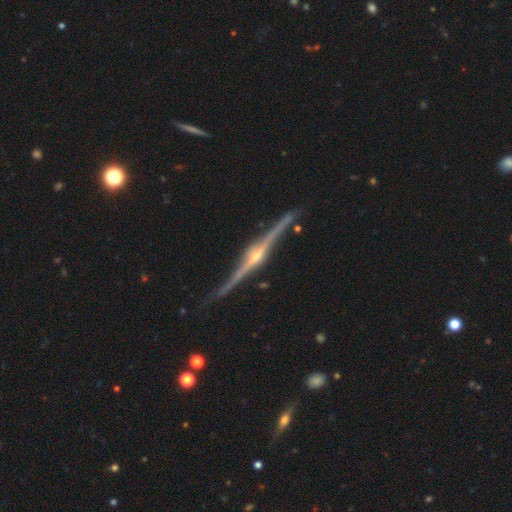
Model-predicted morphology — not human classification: This appears to be a featured or disk galaxy (91%) viewed edge-on (98%) with a rounded central bulge (88%). Merging: none (86%).